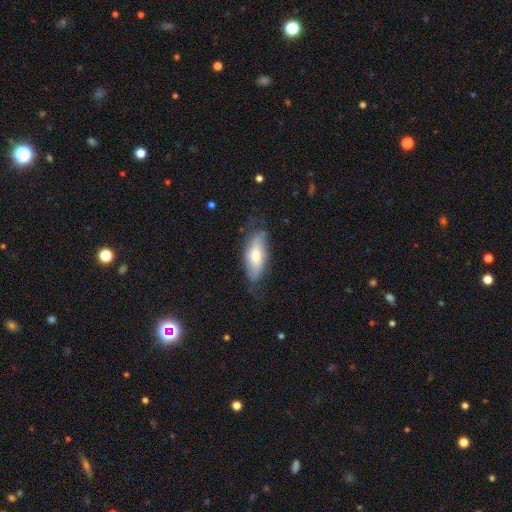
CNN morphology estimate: Q: Smooth or featured?
A: smooth (61%); runner-up: featured or disk (32%)
Q: How rounded?
A: in between (77%); runner-up: cigar-shaped (20%)
Q: Merging?
A: none (63%); runner-up: minor disturbance (26%)